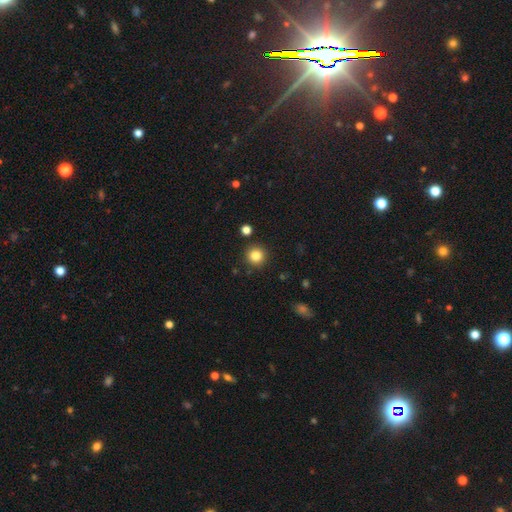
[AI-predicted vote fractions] smooth_or_featured: smooth (p=0.84) [alt: star or artifact p=0.11]
how_rounded: round (p=0.94) [alt: in between p=0.05]
merging: none (p=0.89) [alt: minor disturbance p=0.06]